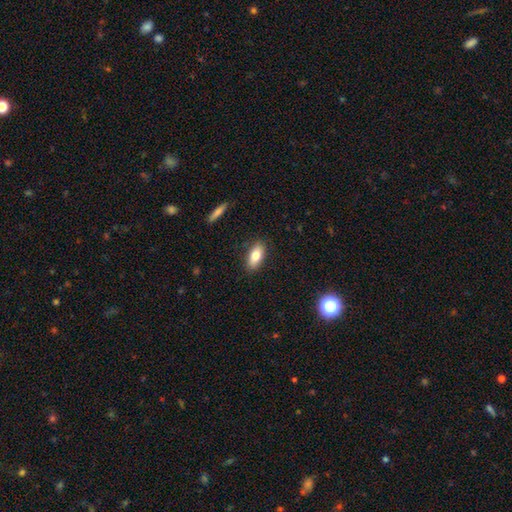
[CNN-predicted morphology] smooth-or-featured: smooth: 77% | featured or disk: 16% | star or artifact: 7%
  how-rounded: in between: 86% | cigar-shaped: 11% | round: 3%
  merging: none: 87% | minor disturbance: 9% | major disturbance: 2% | merger: 1%